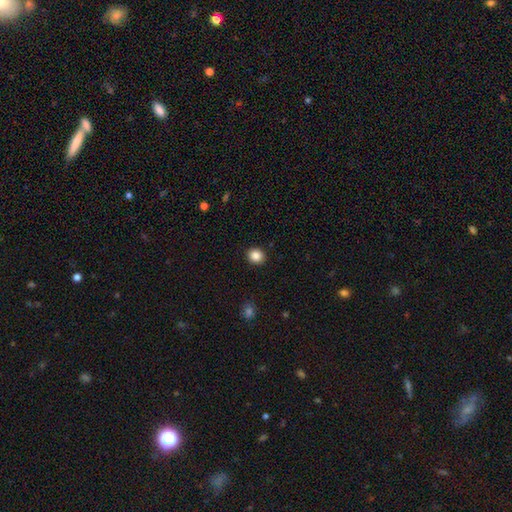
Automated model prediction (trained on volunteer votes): smooth-or-featured: smooth: 86% | star or artifact: 10% | featured or disk: 4%
  how-rounded: round: 86% | in between: 13% | cigar-shaped: 1%
  merging: none: 92% | minor disturbance: 5% | major disturbance: 2% | merger: 1%